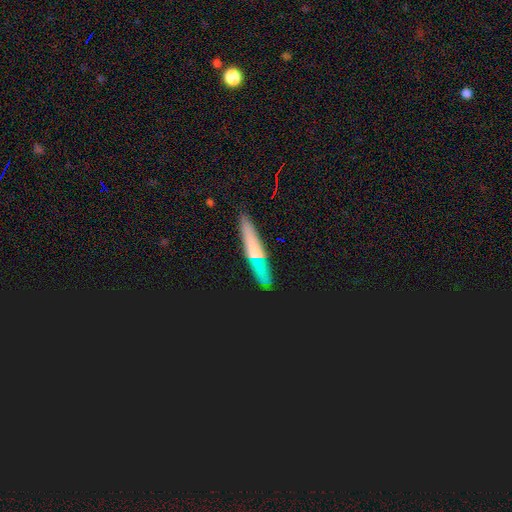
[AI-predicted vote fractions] smooth 48%, featured or disk 29%, star or artifact 23%. Down the decision tree: merging — none (86%).